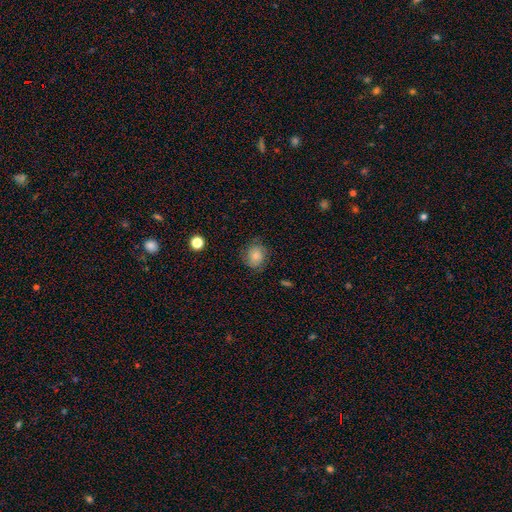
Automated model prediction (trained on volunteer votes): This appears to be a smooth galaxy with no disk features (75%) that is round (74%). Merging: none (74%).